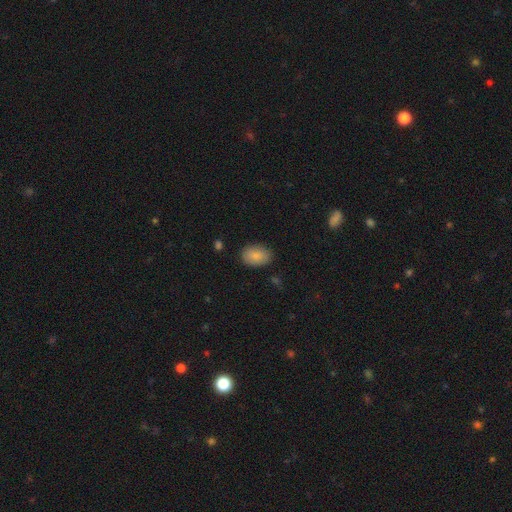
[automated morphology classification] Smooth or featured?
  - smooth: 87% *
  - star or artifact: 7%
  - featured or disk: 6%
How rounded?
  - in between: 83% *
  - round: 15%
  - cigar-shaped: 1%
Merging?
  - none: 86% *
  - minor disturbance: 10%
  - major disturbance: 3%
  - merger: 1%